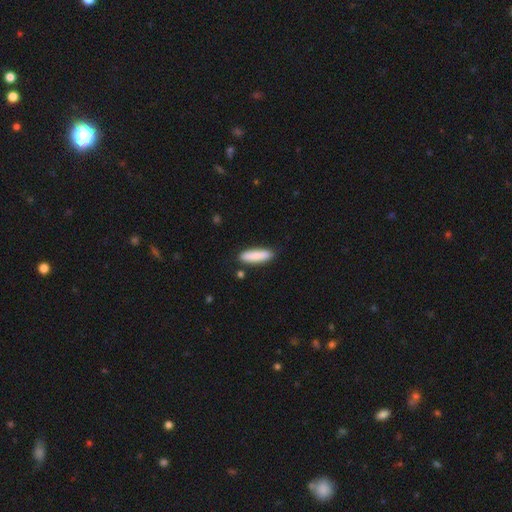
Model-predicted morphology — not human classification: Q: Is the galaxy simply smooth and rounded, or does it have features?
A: smooth — 87%.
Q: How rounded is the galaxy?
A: cigar-shaped — 69%.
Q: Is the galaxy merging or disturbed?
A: none — 87%.